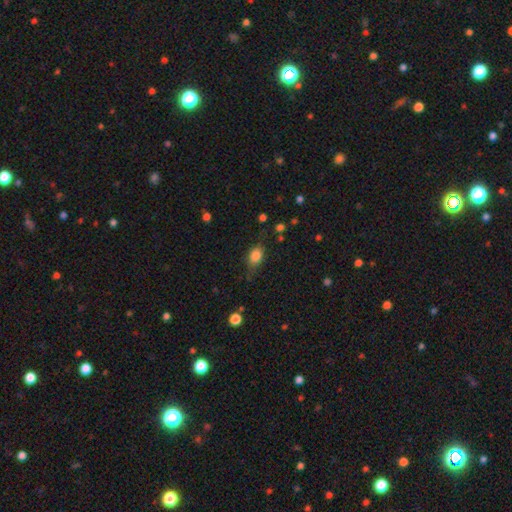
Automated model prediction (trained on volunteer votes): A smooth galaxy with no disk features (82%) that is in between round and cigar-shaped (75%).

Vote fractions:
- Smooth or featured? smooth: 82% / star or artifact: 9% / featured or disk: 8%
- How rounded? in between: 75% / round: 22% / cigar-shaped: 3%
- Merging? none: 65% / minor disturbance: 25% / major disturbance: 9% / merger: 2%